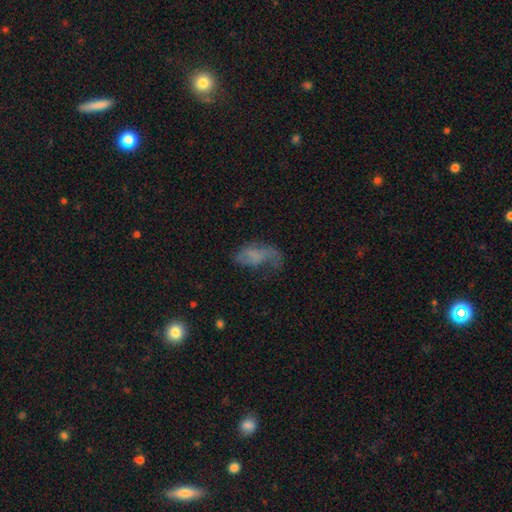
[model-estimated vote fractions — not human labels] Smooth or featured? smooth (49%)
Merging? major disturbance (42%)